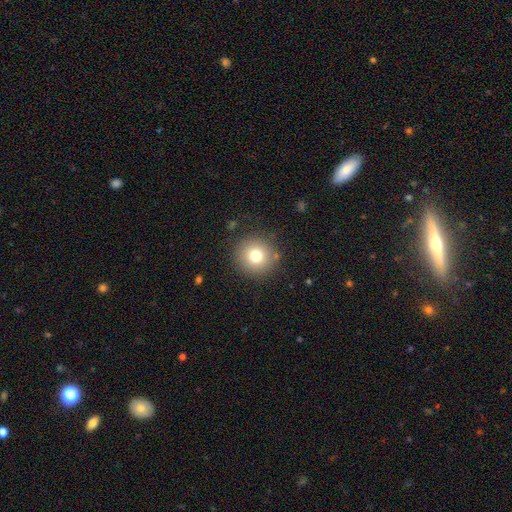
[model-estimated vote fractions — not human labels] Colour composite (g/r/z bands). It shows a smooth galaxy with no disk features (76%) that is round (94%). Merging: none (88%).